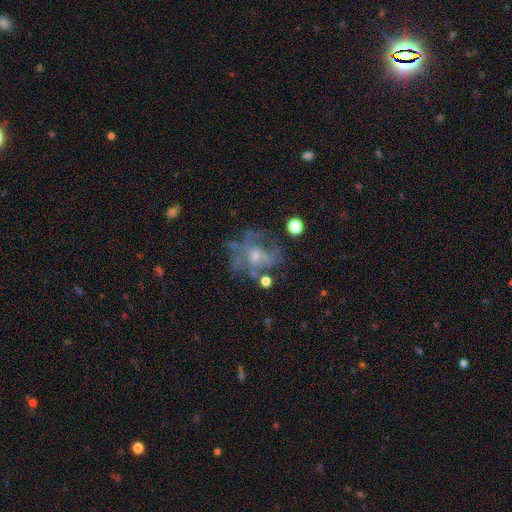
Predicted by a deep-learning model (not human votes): This appears to be a featured or disk galaxy (60%) with no bar (78%), no spiral arms (56%) and a moderate central bulge (45%). Merging: none (51%).